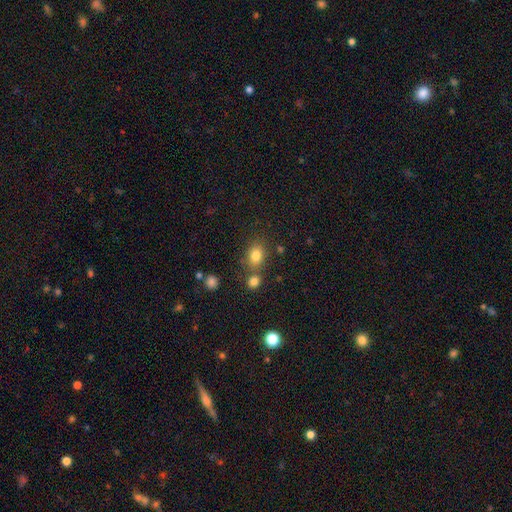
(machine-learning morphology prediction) Smooth or featured? Predicted: smooth (p=0.80). How rounded? Predicted: in between (p=0.54). Merging? Predicted: none (p=0.65).